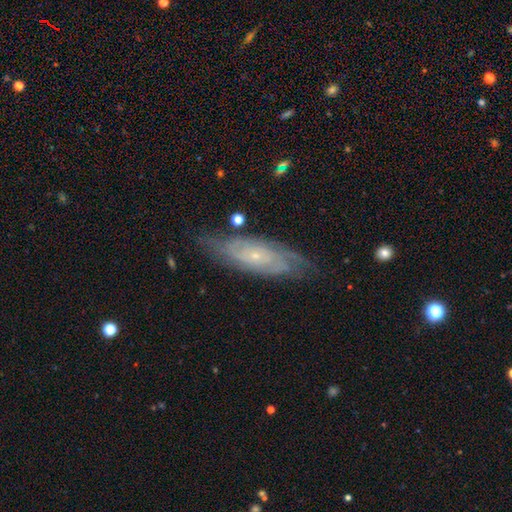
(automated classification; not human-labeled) Overall: featured or disk (76%). Edge-on disk: no (85%). Bar: no (74%). Spiral arms: yes (90%). Spiral arm count: can't tell (50%; 2 25%). Spiral winding: tight (65%; medium 27%). Bulge size: small (82%). Merging: none (74%).